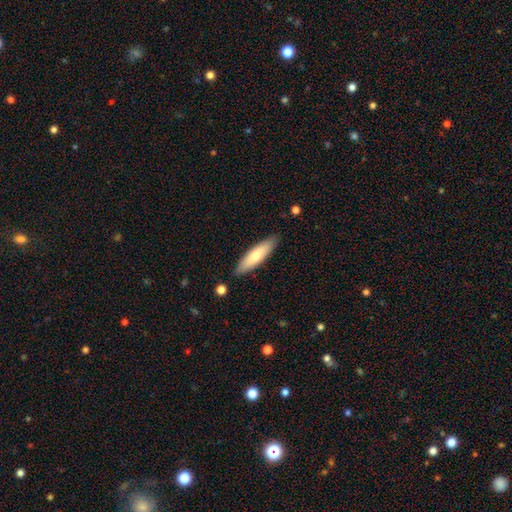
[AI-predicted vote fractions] This is likely a smooth galaxy (68%). How rounded: likely cigar-shaped (66%). Merging: clearly none (87%).